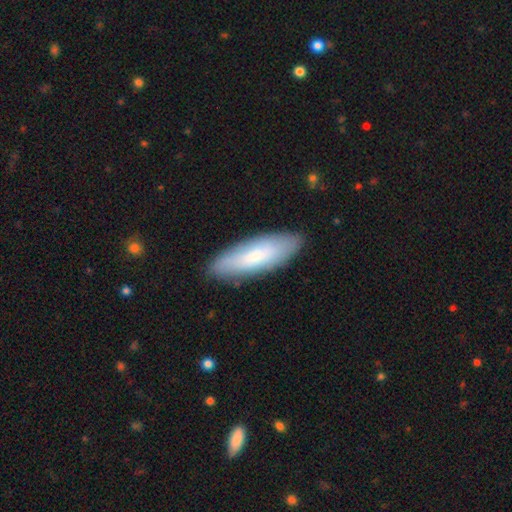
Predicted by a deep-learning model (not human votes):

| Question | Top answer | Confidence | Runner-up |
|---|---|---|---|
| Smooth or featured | smooth | 70% | featured or disk (24%) |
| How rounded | in between | 56% | cigar-shaped (43%) |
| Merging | none | 86% | minor disturbance (11%) |